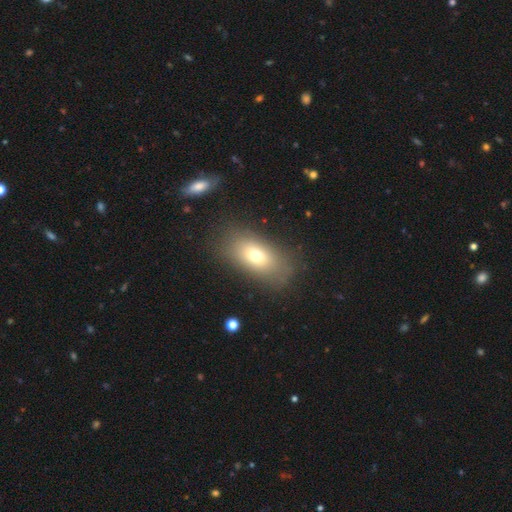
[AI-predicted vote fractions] Smooth or featured?
  - smooth: 70% *
  - featured or disk: 18%
  - star or artifact: 12%
How rounded?
  - in between: 85% *
  - round: 10%
  - cigar-shaped: 4%
Merging?
  - none: 80% *
  - minor disturbance: 12%
  - major disturbance: 6%
  - merger: 2%